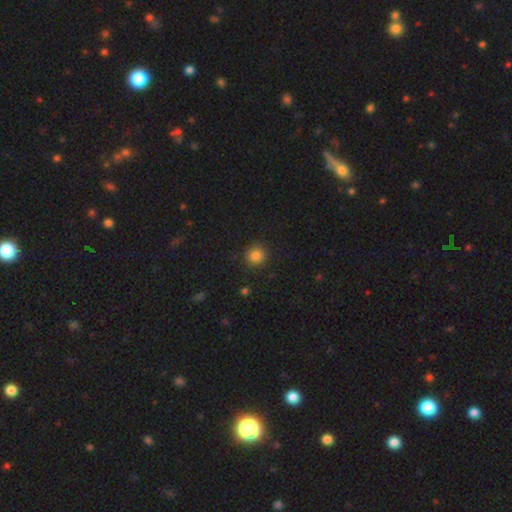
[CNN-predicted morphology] type=smooth (84%); roundness=round (92%); merging=none (89%).